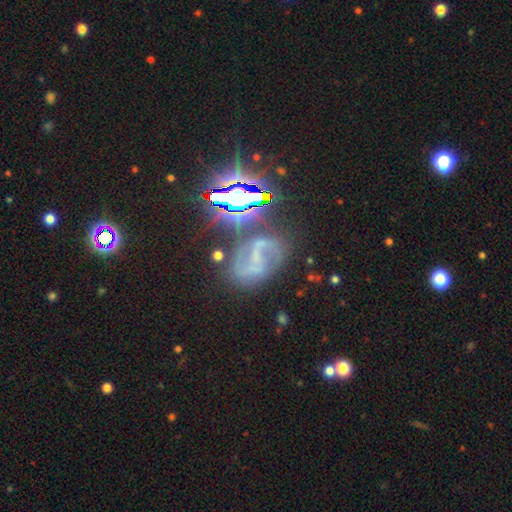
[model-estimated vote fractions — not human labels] This appears to be a featured or disk galaxy (64%) with a weak bar (40%), 2 (82%) medium (43%) spiral arms (89%) and a small central bulge (45%). Merging: none (56%).